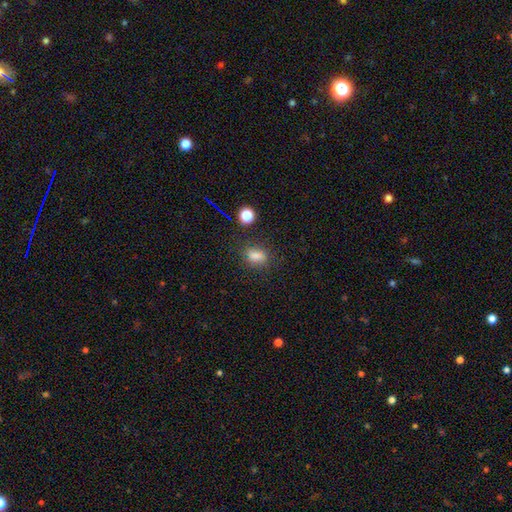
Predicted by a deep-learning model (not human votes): This appears to be a smooth galaxy with no disk features (73%) that is in between round and cigar-shaped (65%). Merging: none (74%).